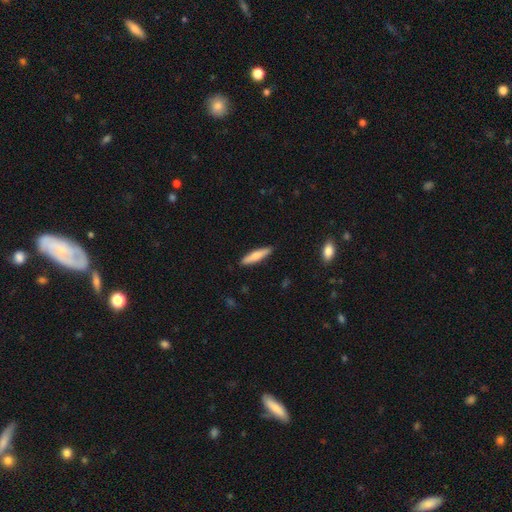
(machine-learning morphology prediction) smooth 72%, featured or disk 23%, star or artifact 5%. Down the decision tree: how rounded — cigar-shaped (83%); merging — none (89%).